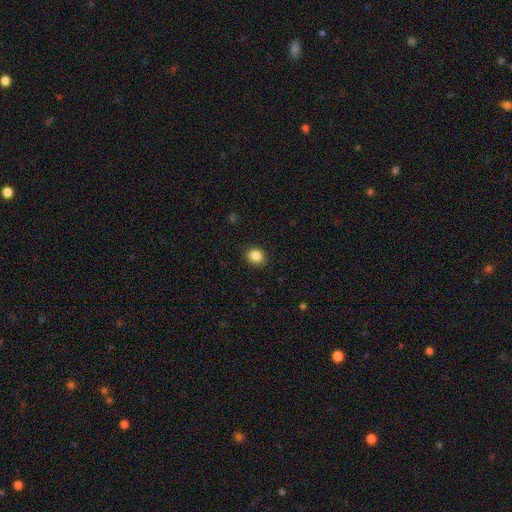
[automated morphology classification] smooth_or_featured: smooth (p=0.85) [alt: star or artifact p=0.10]
how_rounded: round (p=0.71) [alt: in between p=0.29]
merging: none (p=0.89) [alt: minor disturbance p=0.08]